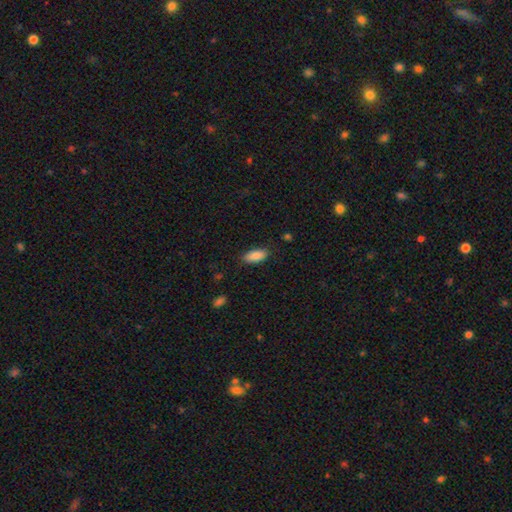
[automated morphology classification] Smooth or featured: smooth — 87% (star or artifact — 7%)
How rounded: in between — 86% (cigar-shaped — 13%)
Merging: none — 83% (minor disturbance — 13%)